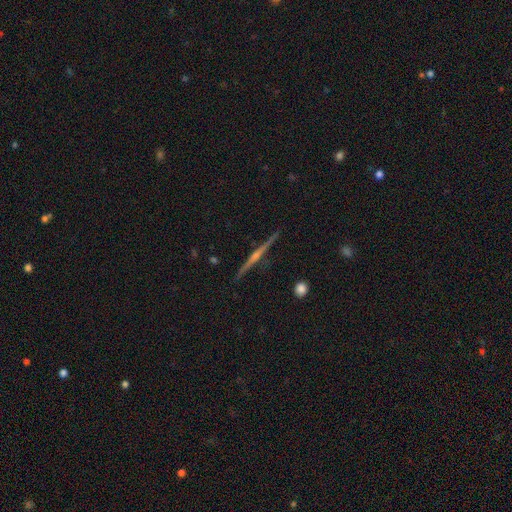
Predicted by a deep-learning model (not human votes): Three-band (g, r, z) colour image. It shows a featured or disk galaxy (82%) viewed edge-on (98%) with a rounded central bulge (74%). Merging: none (91%).